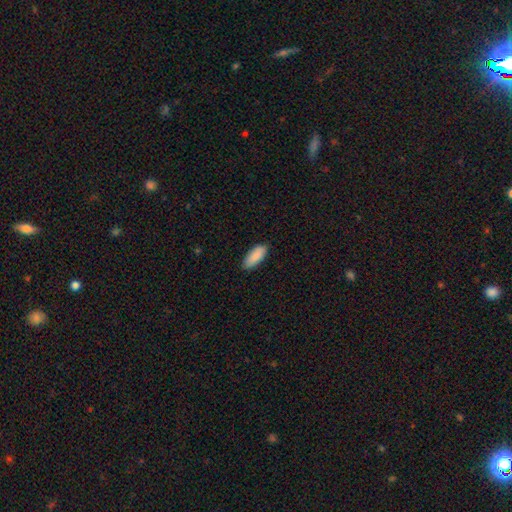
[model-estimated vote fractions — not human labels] Overall: smooth (90%). How rounded: in between (81%). Merging: none (87%).